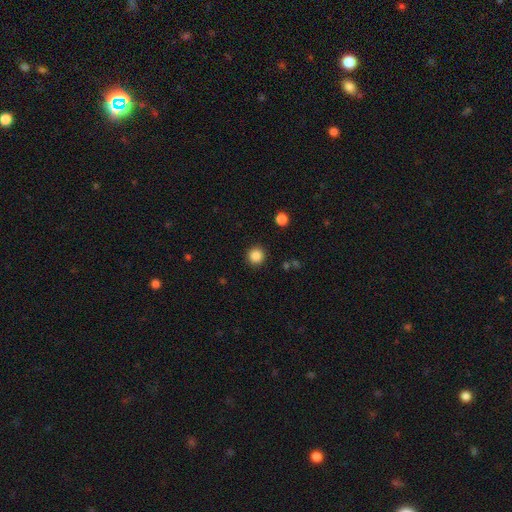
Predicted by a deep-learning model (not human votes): This is clearly a smooth galaxy (86%). How rounded: clearly round (95%). Merging: clearly none (92%).